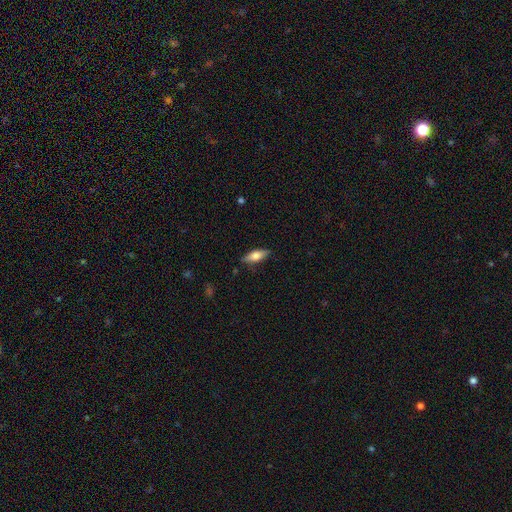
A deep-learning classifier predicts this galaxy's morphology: Q: Smooth or featured?
A: smooth (68%); runner-up: featured or disk (25%)
Q: How rounded?
A: in between (67%); runner-up: cigar-shaped (31%)
Q: Merging?
A: none (85%); runner-up: minor disturbance (12%)